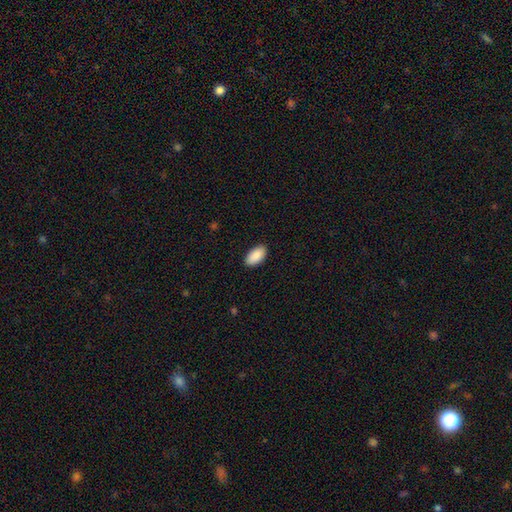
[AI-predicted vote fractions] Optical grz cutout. It shows a smooth galaxy with no disk features (90%) that is in between round and cigar-shaped (95%). Merging: none (88%).